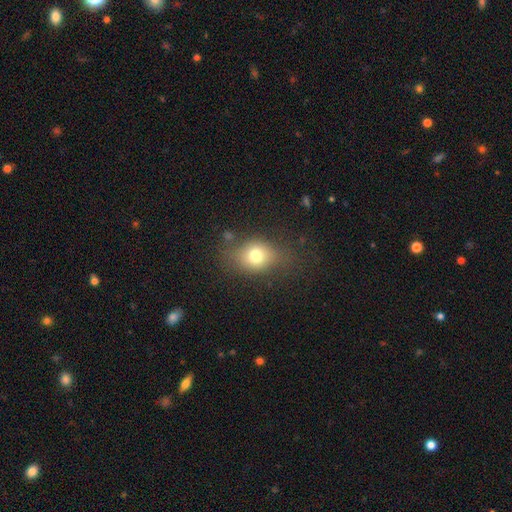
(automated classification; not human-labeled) This appears to be a smooth galaxy with no disk features (73%) that is in between round and cigar-shaped (53%). Merging: none (65%).